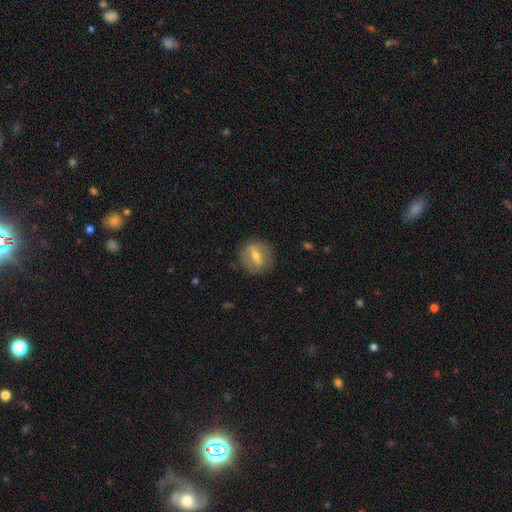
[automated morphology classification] A featured or disk galaxy (46%, tied with smooth). Merging: none (84%).